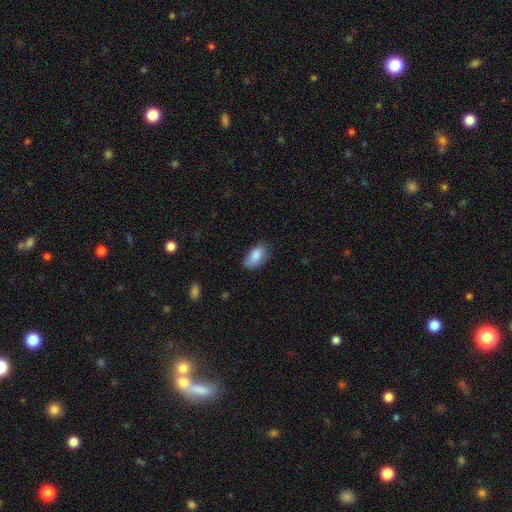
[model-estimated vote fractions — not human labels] The model was most divided on "merging": none: 68%, minor disturbance: 25%, major disturbance: 5%, merger: 1%. More confident: how rounded — in between (93%); smooth or featured — smooth (86%).